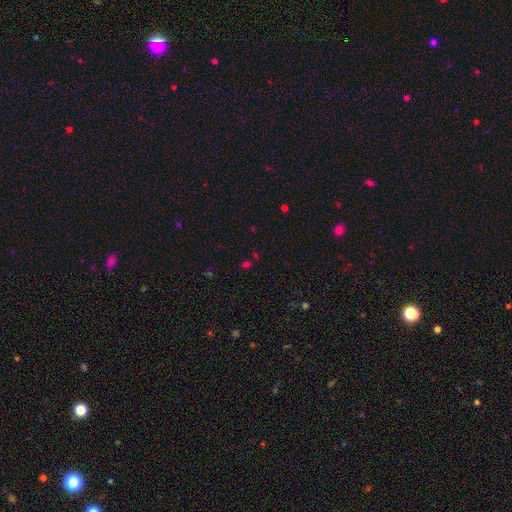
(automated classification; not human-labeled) Smooth or featured?
  - star or artifact: 50% *
  - smooth: 43%
  - featured or disk: 6%